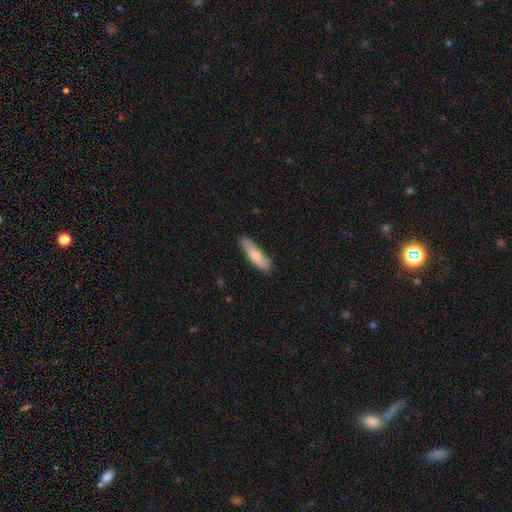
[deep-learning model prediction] smooth 77%, featured or disk 18%, star or artifact 5%. Down the decision tree: how rounded — cigar-shaped (66%); merging — none (77%).